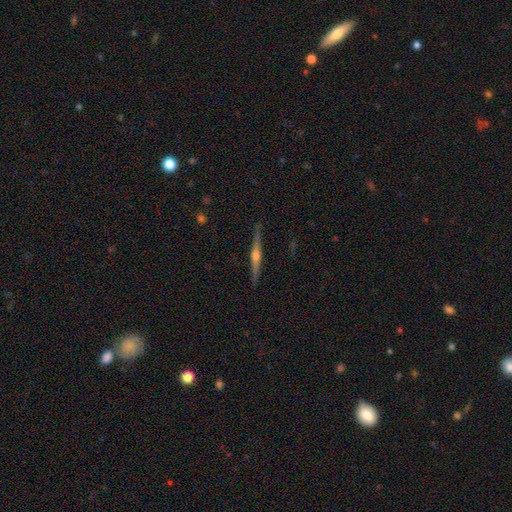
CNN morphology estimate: This is likely a featured or disk galaxy (79%). It is clearly viewed edge-on (98%). Edge-on bulge: clearly rounded (89%). Merging: clearly none (89%).